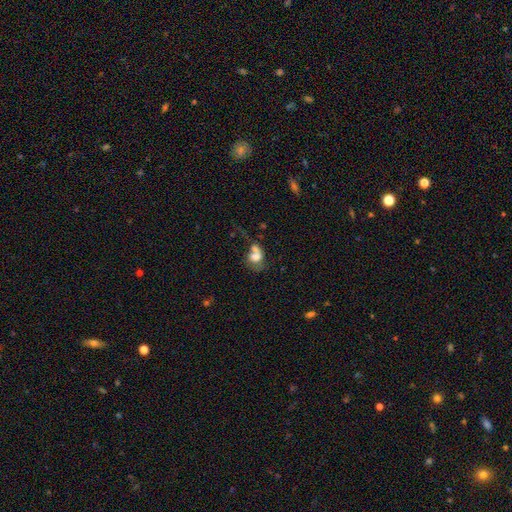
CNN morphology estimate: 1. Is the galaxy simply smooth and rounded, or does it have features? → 59% smooth, 29% featured or disk, 12% star or artifact.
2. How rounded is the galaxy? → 58% in between, 40% round, 2% cigar-shaped.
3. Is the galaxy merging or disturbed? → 44% merger, 25% major disturbance, 18% none, 13% minor disturbance.